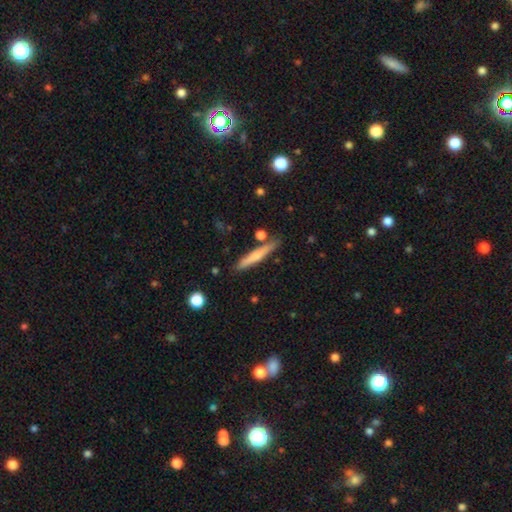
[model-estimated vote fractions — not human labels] Smooth or featured? smooth (62%)
How rounded? cigar-shaped (93%)
Merging? none (83%)